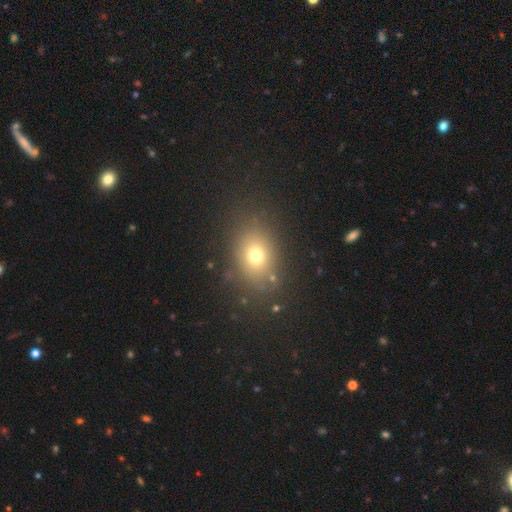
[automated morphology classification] The model was most divided on "how rounded": in between: 59%, round: 40%, cigar-shaped: 1%. More confident: merging — none (82%); smooth or featured — smooth (72%).